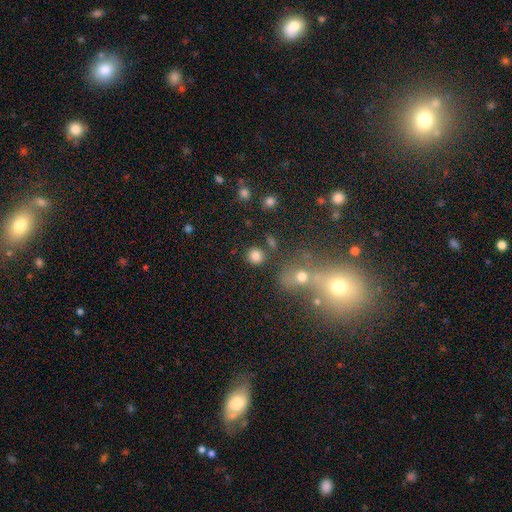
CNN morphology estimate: Q: Smooth or featured?
A: smooth (81%); runner-up: star or artifact (13%)
Q: How rounded?
A: round (89%); runner-up: in between (10%)
Q: Merging?
A: none (80%); runner-up: minor disturbance (9%)